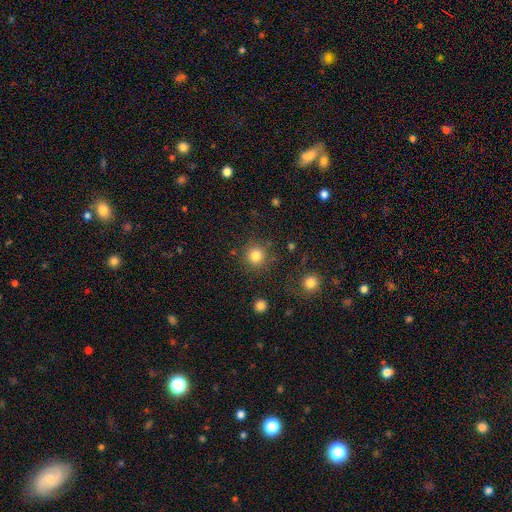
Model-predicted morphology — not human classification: Smooth or featured? smooth (83%)
How rounded? round (93%)
Merging? none (85%)